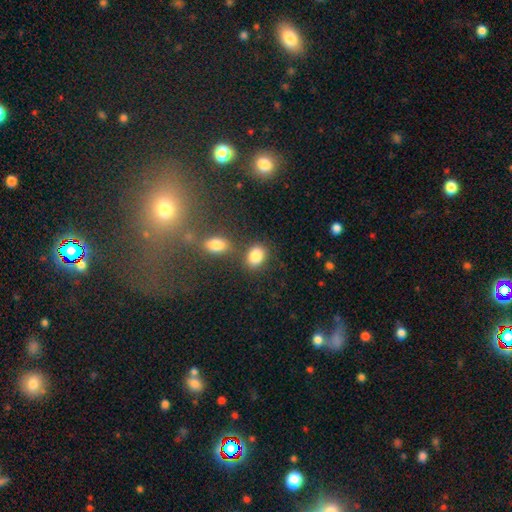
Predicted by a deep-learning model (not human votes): This appears to be a smooth galaxy with no disk features (85%) that is in between round and cigar-shaped (68%). Merging: none (67%).